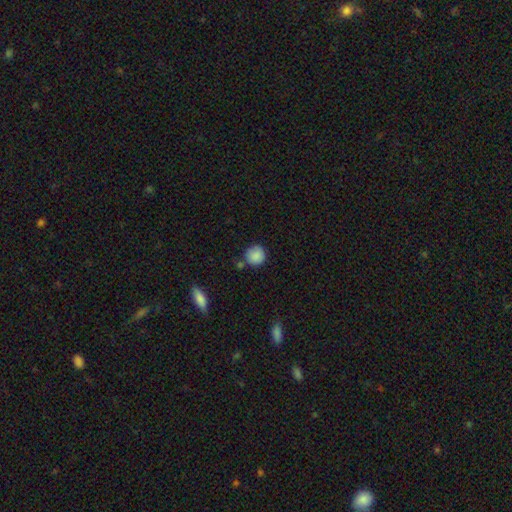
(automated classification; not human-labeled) This is clearly a smooth galaxy (87%). How rounded: clearly round (91%). Merging: likely none (73%).